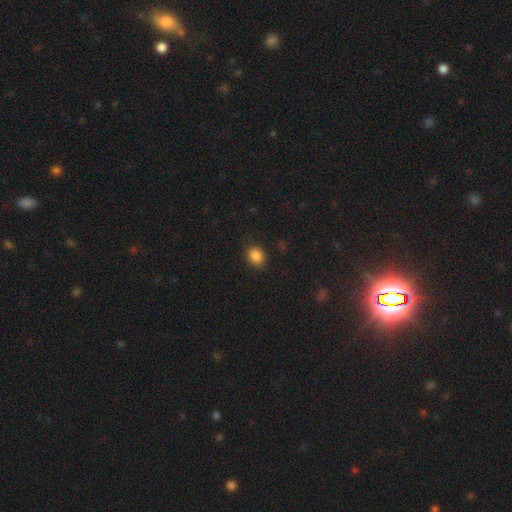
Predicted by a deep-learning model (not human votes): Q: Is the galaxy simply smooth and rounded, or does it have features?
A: smooth — 86%.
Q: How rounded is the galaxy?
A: round — 53%.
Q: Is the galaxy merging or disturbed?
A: none — 87%.